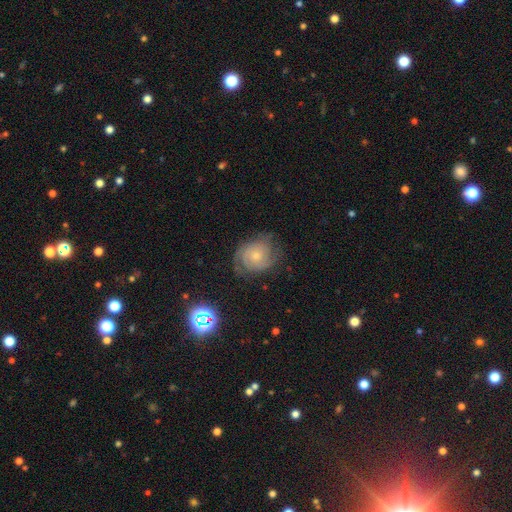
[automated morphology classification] type=featured or disk (73%); edge-on=no (97%); bar=no (77%); spiral arms=yes (92%); winding=tight (57%); arm count=2 (43%); bulge=small (57%); merging=none (66%).